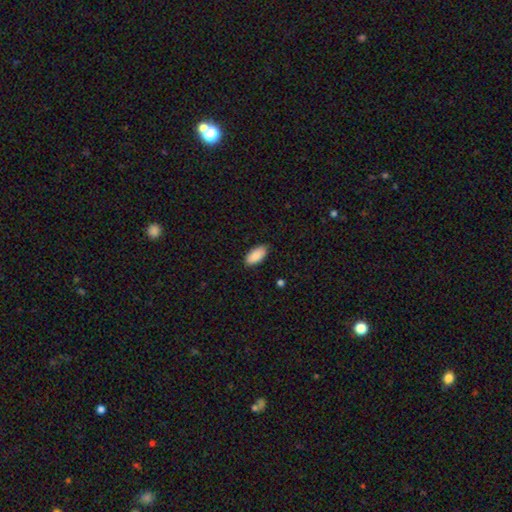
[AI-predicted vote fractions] Smooth or featured? smooth (90%)
How rounded? in between (94%)
Merging? none (86%)